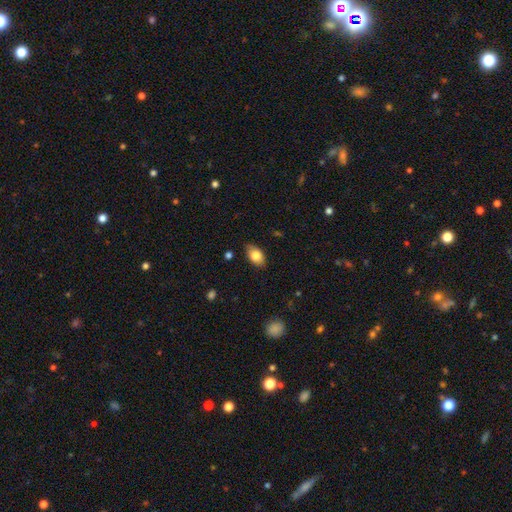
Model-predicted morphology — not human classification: The model was most divided on "merging": none: 81%, minor disturbance: 15%, major disturbance: 3%, merger: 1%. More confident: how rounded — in between (90%); smooth or featured — smooth (82%).